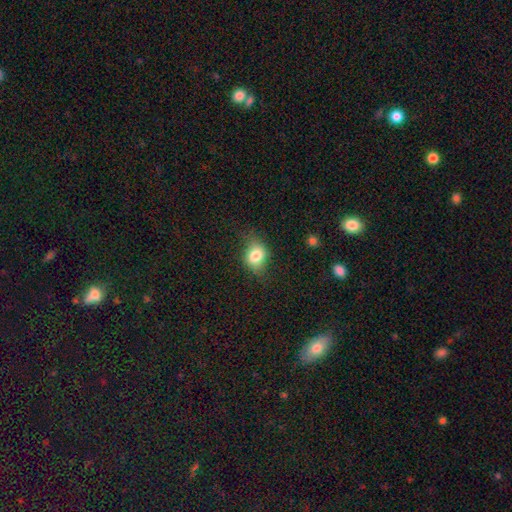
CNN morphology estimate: Smooth or featured? Predicted: smooth (p=0.77). How rounded? Predicted: in between (p=0.51). Merging? Predicted: none (p=0.67).